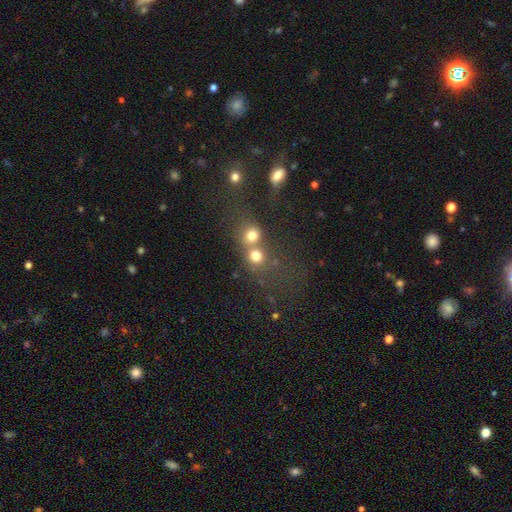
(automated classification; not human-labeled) The model was most divided on "merging": merger: 50%, none: 40%, minor disturbance: 6%, major disturbance: 4%. More confident: how rounded — round (83%); smooth or featured — smooth (73%).